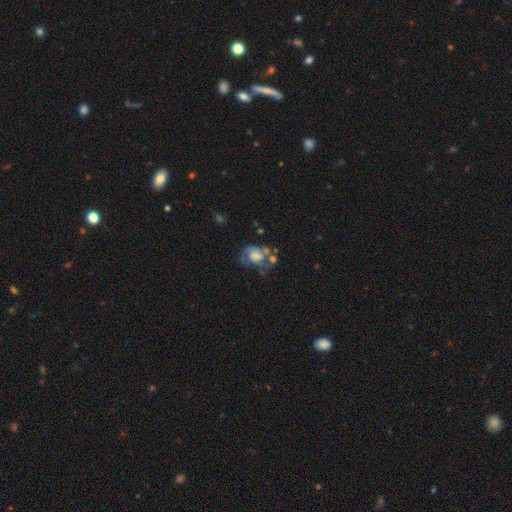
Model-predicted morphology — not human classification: Smooth or featured?
  - featured or disk: 56% *
  - smooth: 35%
  - star or artifact: 9%
Edge-on disk?
  - no: 97% *
  - yes: 3%
Bar?
  - no: 73% *
  - weak: 22%
  - strong: 5%
Spiral arms?
  - yes: 68% *
  - no: 32%
Bulge size?
  - large: 33% *
  - moderate: 25%
  - none: 23%
  - small: 14%
  - dominant: 5%
Merging?
  - none: 35% *
  - major disturbance: 26%
  - minor disturbance: 23%
  - merger: 16%